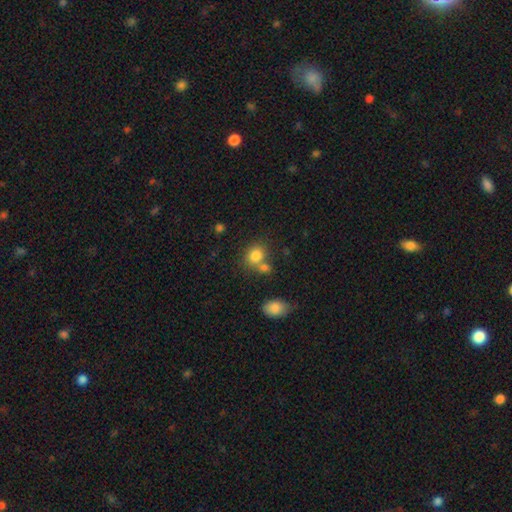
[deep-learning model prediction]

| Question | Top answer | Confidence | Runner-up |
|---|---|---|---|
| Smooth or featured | smooth | 81% | star or artifact (11%) |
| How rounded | round | 67% | in between (32%) |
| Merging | none | 51% | merger (33%) |